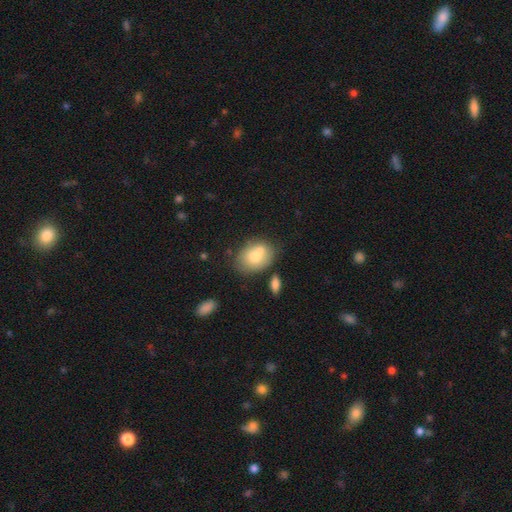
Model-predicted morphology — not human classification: smooth 72%, featured or disk 20%, star or artifact 8%. Down the decision tree: how rounded — in between (69%); merging — none (50%).